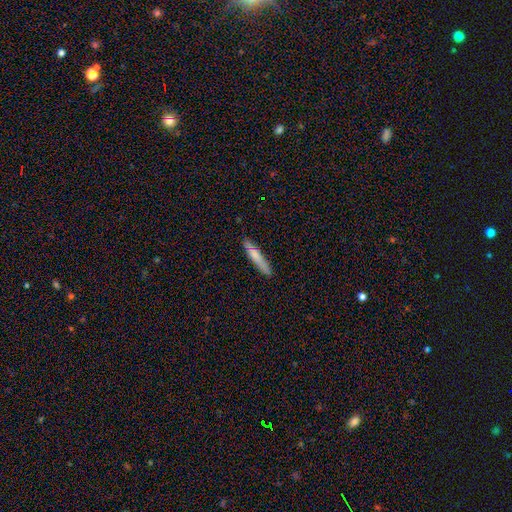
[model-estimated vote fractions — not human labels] Smooth or featured? smooth (71%)
How rounded? cigar-shaped (92%)
Merging? none (84%)